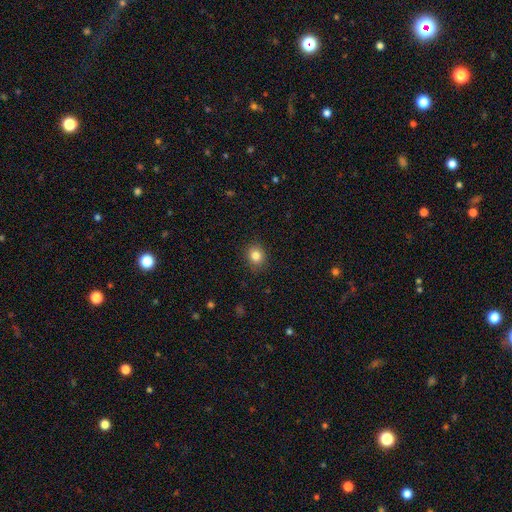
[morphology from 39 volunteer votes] Smooth or featured? 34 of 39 (87%) said smooth. How rounded? 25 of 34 (74%) said round. Merging? 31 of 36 (86%) said none.